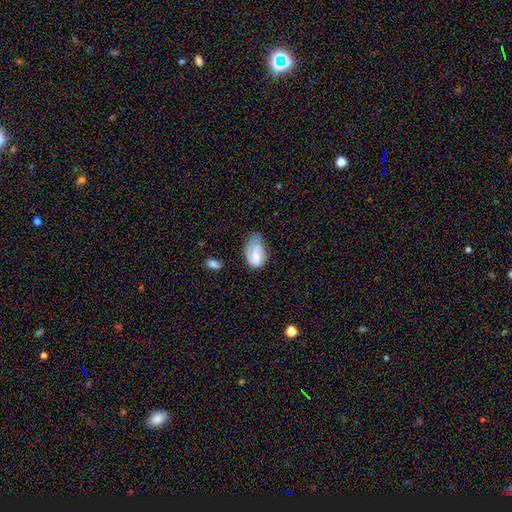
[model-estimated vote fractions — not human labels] Smooth or featured? smooth (47%)
Merging? none (40%)